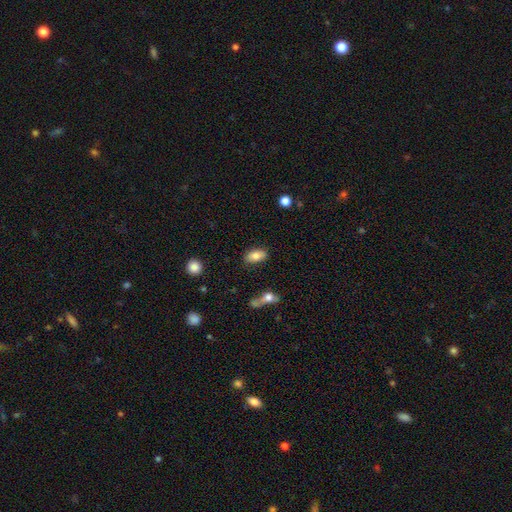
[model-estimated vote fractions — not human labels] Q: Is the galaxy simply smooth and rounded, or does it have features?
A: smooth — 79%.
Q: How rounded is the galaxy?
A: in between — 90%.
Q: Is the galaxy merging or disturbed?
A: none — 81%.